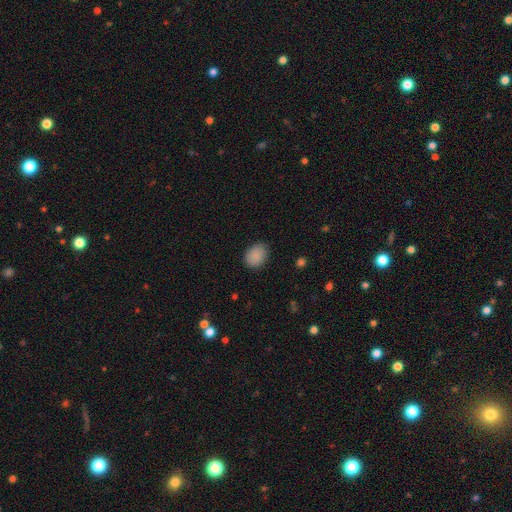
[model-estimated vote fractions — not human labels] The model was most divided on "how rounded": in between: 57%, round: 43%, cigar-shaped: 1%. More confident: smooth or featured — smooth (87%); merging — none (84%).